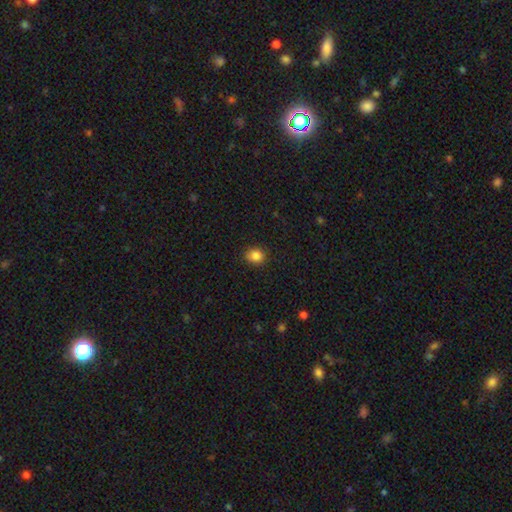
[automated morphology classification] Smooth or featured: smooth — 85% (star or artifact — 11%)
How rounded: round — 70% (in between — 29%)
Merging: none — 87% (minor disturbance — 10%)